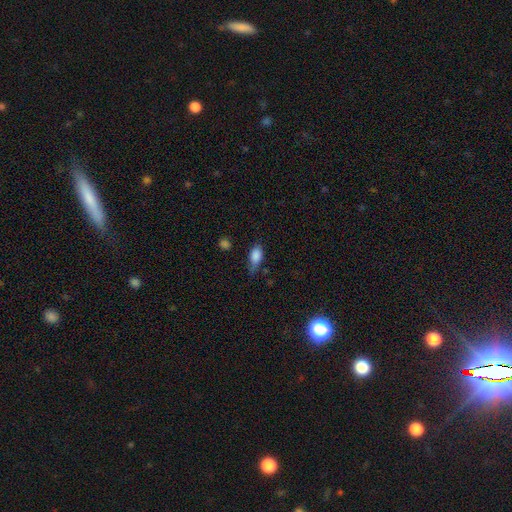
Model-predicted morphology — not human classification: Smooth or featured?
  - smooth: 84% *
  - star or artifact: 9%
  - featured or disk: 7%
How rounded?
  - in between: 86% *
  - round: 9%
  - cigar-shaped: 5%
Merging?
  - none: 44% *
  - minor disturbance: 41%
  - major disturbance: 12%
  - merger: 3%